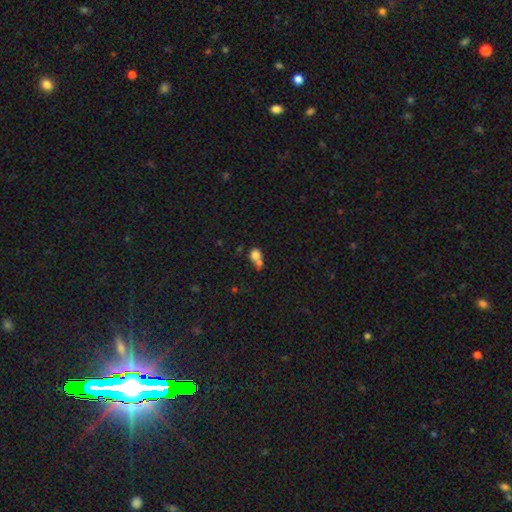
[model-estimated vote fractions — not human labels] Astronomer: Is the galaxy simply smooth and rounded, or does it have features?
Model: smooth — 76%.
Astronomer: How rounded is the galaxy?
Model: round — 71%.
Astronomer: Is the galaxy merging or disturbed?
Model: merger — 57%.